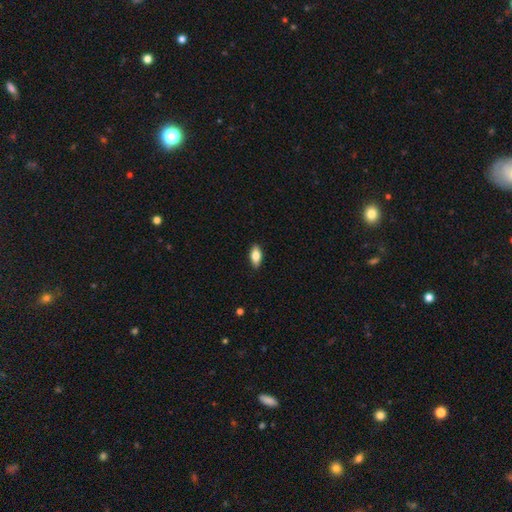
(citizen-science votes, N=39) smooth 85%, featured or disk 15%, star or artifact 0%. Down the decision tree: how rounded — in between (79%); merging — none (67%).